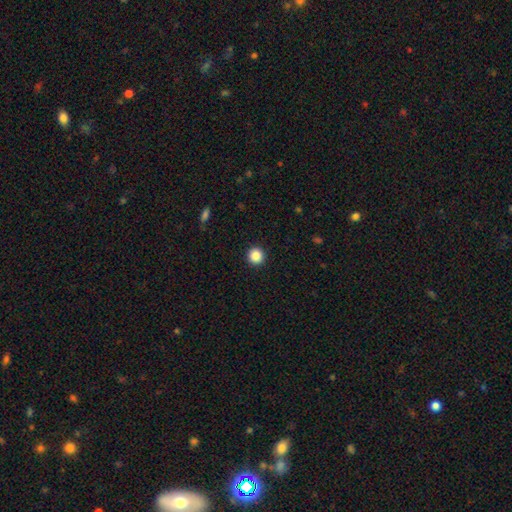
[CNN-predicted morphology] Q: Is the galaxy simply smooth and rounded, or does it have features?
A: smooth — 87%.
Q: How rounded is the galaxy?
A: round — 96%.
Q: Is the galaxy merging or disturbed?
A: none — 94%.